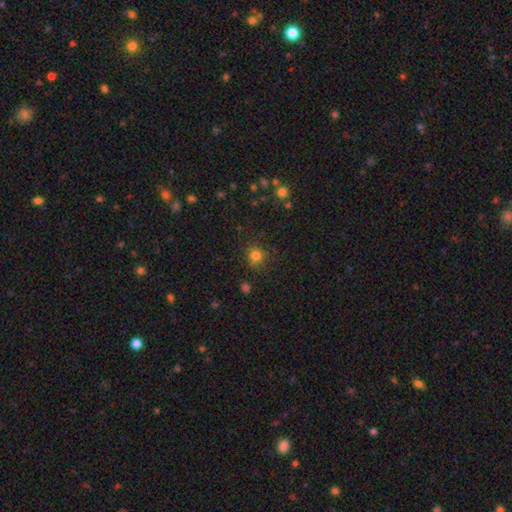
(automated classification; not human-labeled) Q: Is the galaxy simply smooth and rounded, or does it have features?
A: smooth — 80%.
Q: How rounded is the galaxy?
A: round — 87%.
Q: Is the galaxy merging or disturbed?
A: none — 82%.